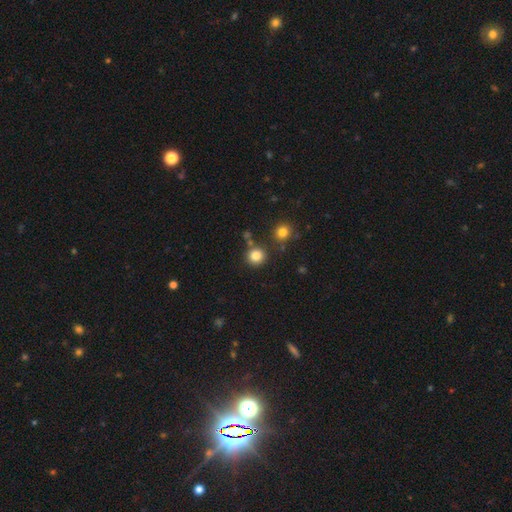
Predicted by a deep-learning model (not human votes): smooth_or_featured: smooth (p=0.83) [alt: star or artifact p=0.12]
how_rounded: round (p=0.90) [alt: in between p=0.09]
merging: none (p=0.81) [alt: minor disturbance p=0.08]